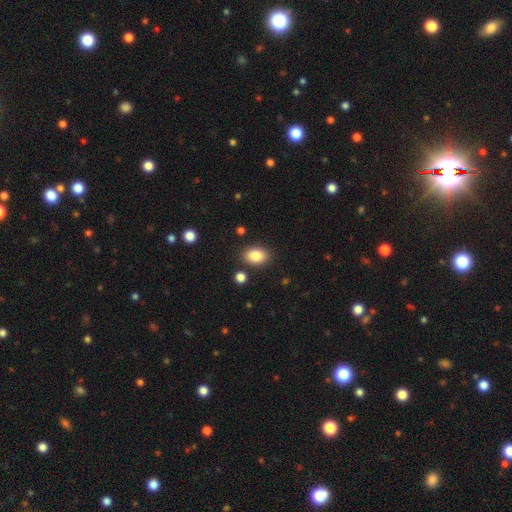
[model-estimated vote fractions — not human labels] Smooth or featured: smooth — 85% (star or artifact — 9%)
How rounded: in between — 78% (round — 20%)
Merging: none — 85% (minor disturbance — 9%)